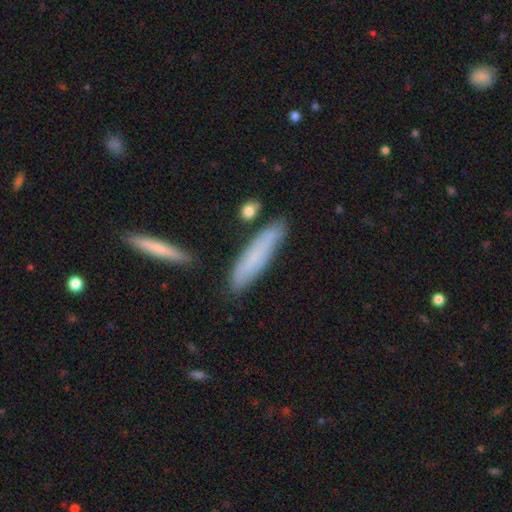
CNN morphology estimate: A smooth galaxy with no disk features (69%) that is cigar-shaped (83%).

Vote fractions:
- Smooth or featured? smooth: 69% / featured or disk: 24% / star or artifact: 7%
- How rounded? cigar-shaped: 83% / in between: 16% / round: 2%
- Merging? none: 78% / minor disturbance: 14% / merger: 5% / major disturbance: 3%